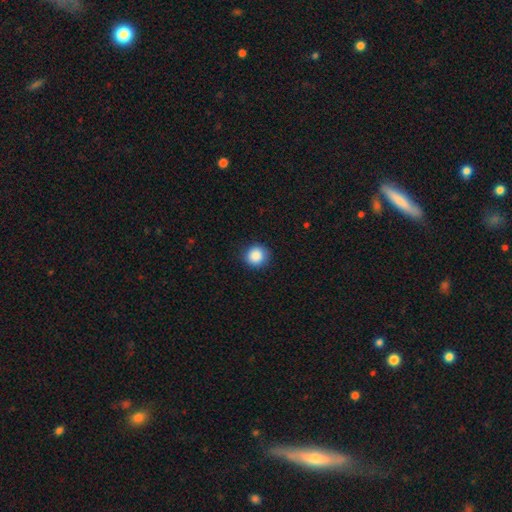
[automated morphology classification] type=smooth (88%); roundness=round (93%); merging=none (88%).